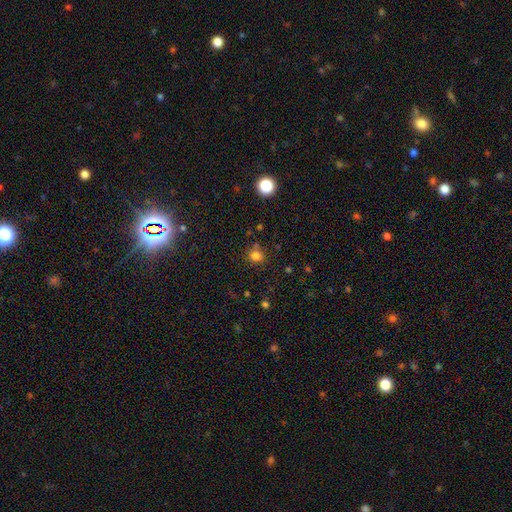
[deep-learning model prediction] A smooth galaxy with no disk features (79%) that is round (83%).

Vote fractions:
- Smooth or featured? smooth: 79% / star or artifact: 15% / featured or disk: 6%
- How rounded? round: 83% / in between: 16% / cigar-shaped: 1%
- Merging? none: 78% / minor disturbance: 11% / merger: 7% / major disturbance: 3%